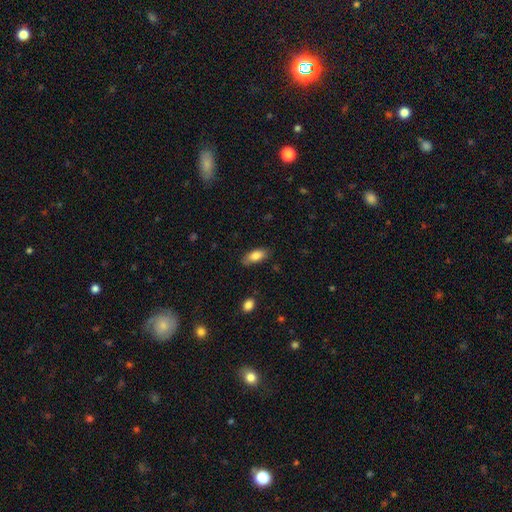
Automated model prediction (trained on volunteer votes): smooth-or-featured: smooth: 83% | featured or disk: 11% | star or artifact: 7%
  how-rounded: in between: 83% | cigar-shaped: 14% | round: 2%
  merging: none: 80% | minor disturbance: 15% | major disturbance: 3% | merger: 1%